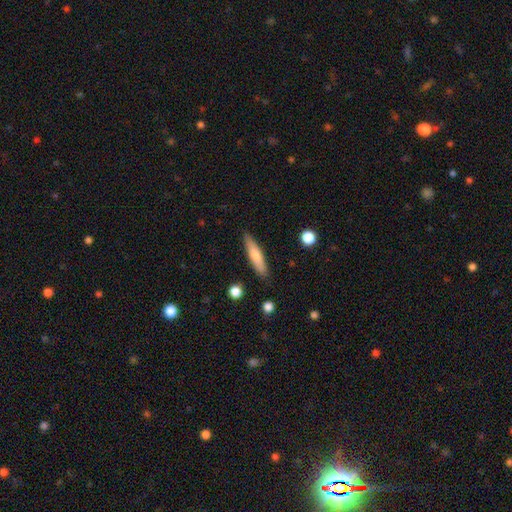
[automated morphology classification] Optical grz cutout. It shows a smooth galaxy with no disk features (73%) that is cigar-shaped (81%). Merging: none (86%).